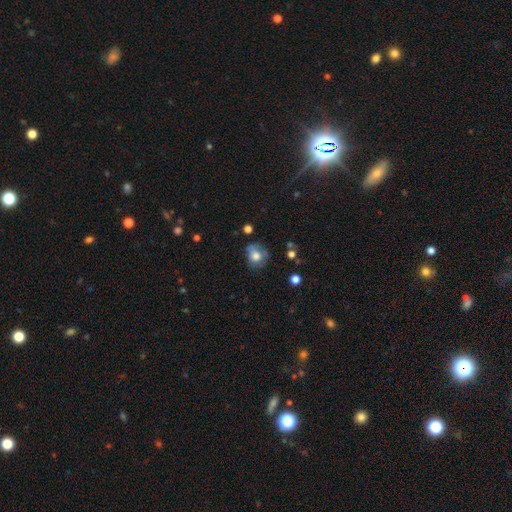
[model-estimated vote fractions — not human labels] A smooth galaxy with no disk features (71%) that is round (66%).

Vote fractions:
- Smooth or featured? smooth: 71% / featured or disk: 18% / star or artifact: 11%
- How rounded? round: 66% / in between: 33% / cigar-shaped: 1%
- Merging? none: 52% / minor disturbance: 29% / major disturbance: 14% / merger: 5%